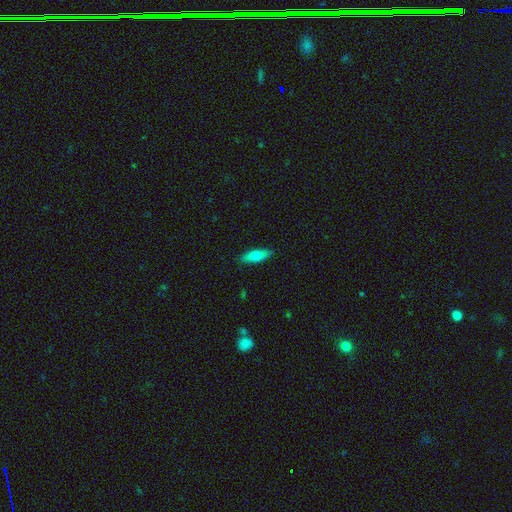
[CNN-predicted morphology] A smooth galaxy with no disk features (68%) that is cigar-shaped (51%). Merging: none (89%).